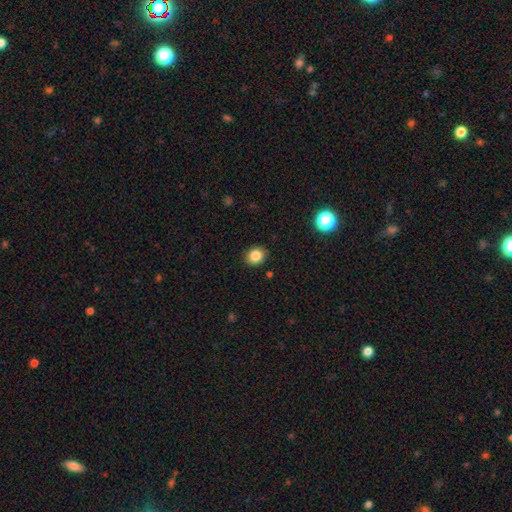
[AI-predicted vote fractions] This is clearly a smooth galaxy (84%). How rounded: likely round (74%). Merging: clearly none (89%).